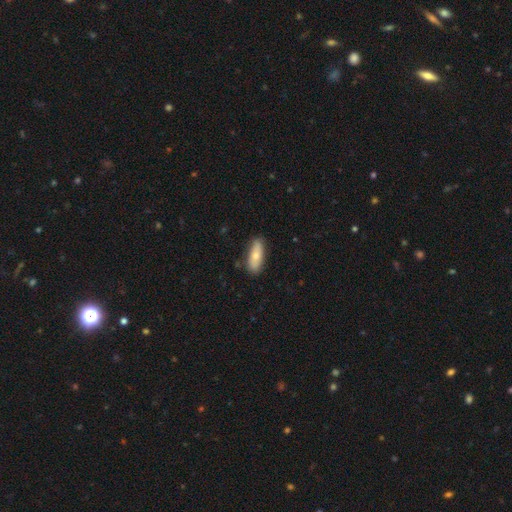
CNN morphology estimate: Q: Smooth or featured?
A: smooth (73%); runner-up: featured or disk (20%)
Q: How rounded?
A: in between (68%); runner-up: cigar-shaped (29%)
Q: Merging?
A: none (83%); runner-up: minor disturbance (13%)